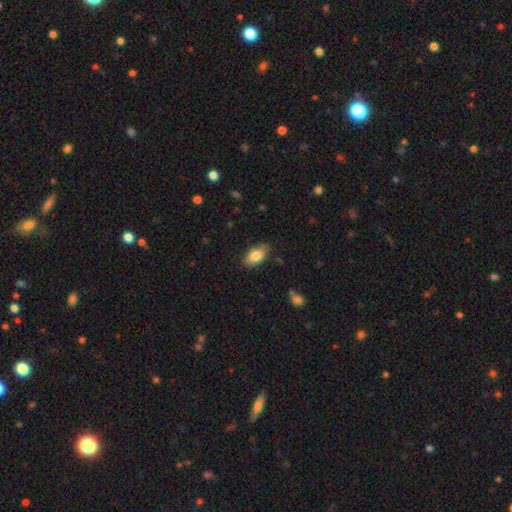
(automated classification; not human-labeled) A smooth galaxy with no disk features (83%) that is in between round and cigar-shaped (92%). Merging: none (78%).